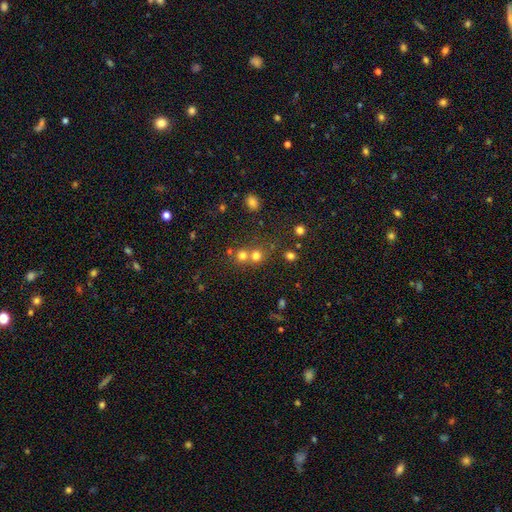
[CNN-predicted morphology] This is likely a smooth galaxy (72%). How rounded: clearly round (88%). Merging: possibly none (51%).